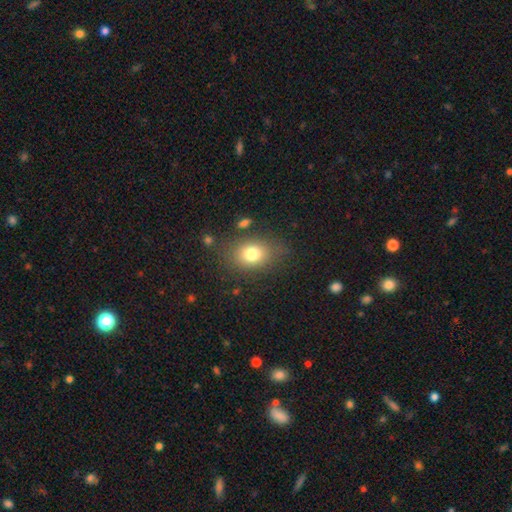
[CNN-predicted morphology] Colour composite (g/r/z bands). It shows a smooth galaxy with no disk features (73%) that is in between round and cigar-shaped (64%). Merging: none (83%).